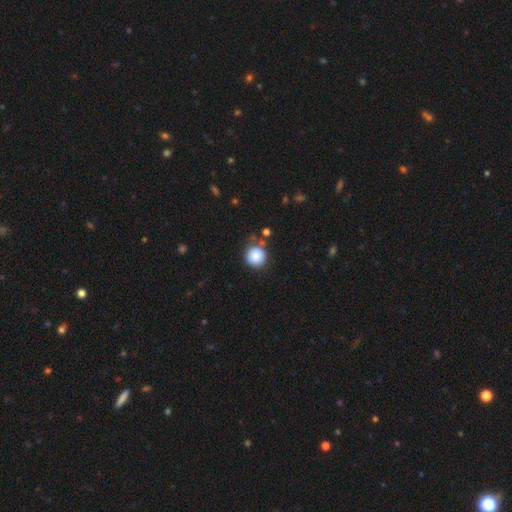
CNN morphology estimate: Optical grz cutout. It shows a smooth galaxy with no disk features (87%) that is round (94%). Merging: none (79%).